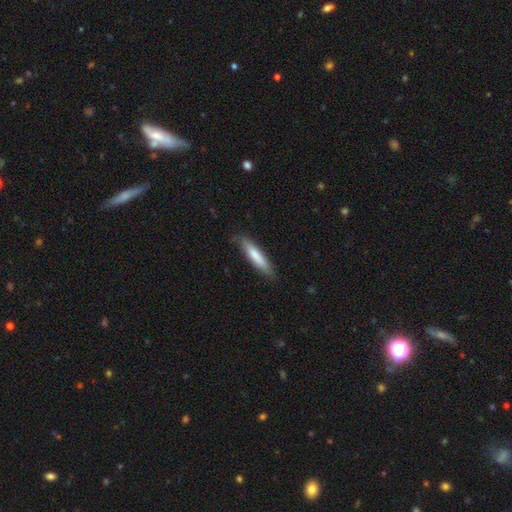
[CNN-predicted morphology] smooth-or-featured: smooth: 75% | featured or disk: 20% | star or artifact: 5%
  how-rounded: cigar-shaped: 85% | in between: 13% | round: 1%
  merging: none: 82% | minor disturbance: 15% | major disturbance: 2% | merger: 1%